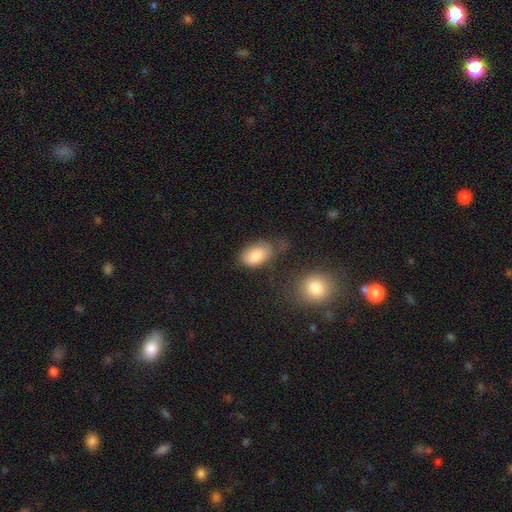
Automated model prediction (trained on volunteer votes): Smooth or featured? smooth (83%)
How rounded? in between (91%)
Merging? none (41%)